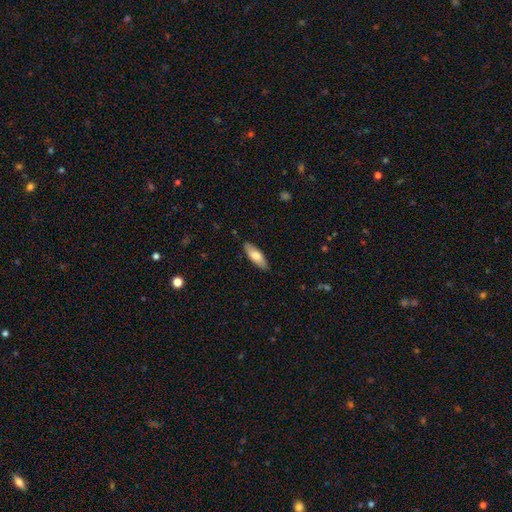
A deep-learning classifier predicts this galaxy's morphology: smooth_or_featured: smooth (p=0.74) [alt: featured or disk p=0.20]
how_rounded: in between (p=0.61) [alt: cigar-shaped p=0.37]
merging: none (p=0.86) [alt: minor disturbance p=0.11]